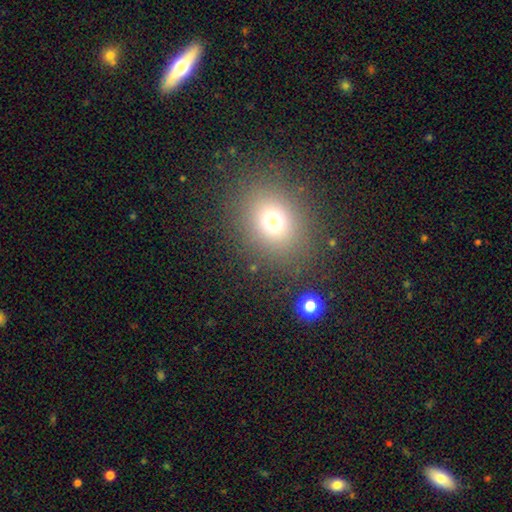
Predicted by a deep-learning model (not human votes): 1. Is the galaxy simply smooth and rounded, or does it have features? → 67% smooth, 22% star or artifact, 11% featured or disk.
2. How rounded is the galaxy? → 55% round, 43% in between, 2% cigar-shaped.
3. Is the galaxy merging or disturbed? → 87% none, 7% minor disturbance, 3% major disturbance, 3% merger.